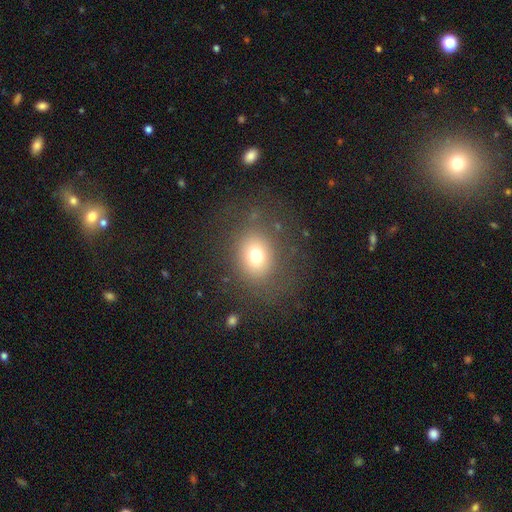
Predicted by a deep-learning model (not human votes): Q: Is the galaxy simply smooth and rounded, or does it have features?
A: smooth — 72%.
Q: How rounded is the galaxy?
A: round — 65%.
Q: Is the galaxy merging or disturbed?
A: none — 78%.